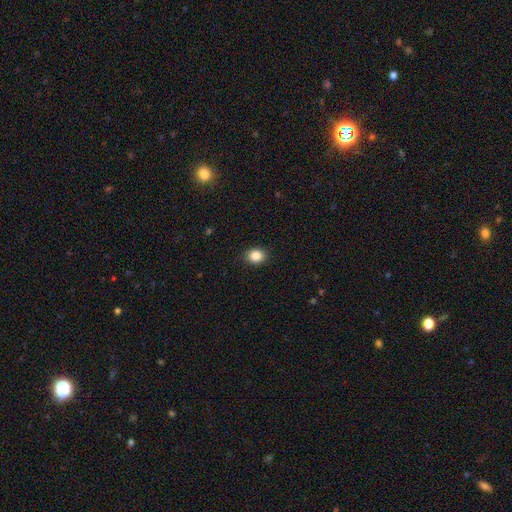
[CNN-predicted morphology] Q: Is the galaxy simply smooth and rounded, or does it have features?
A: smooth — 85%.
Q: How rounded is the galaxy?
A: round — 58%.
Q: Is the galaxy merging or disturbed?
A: none — 88%.